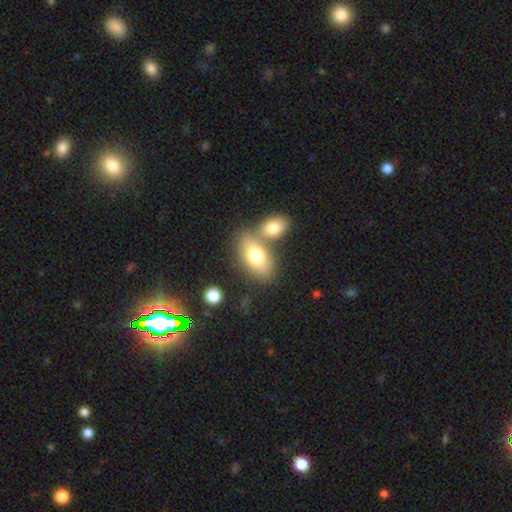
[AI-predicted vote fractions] smooth_or_featured: smooth (p=0.74) [alt: featured or disk p=0.18]
how_rounded: in between (p=0.90) [alt: round p=0.06]
merging: none (p=0.46) [alt: merger p=0.41]